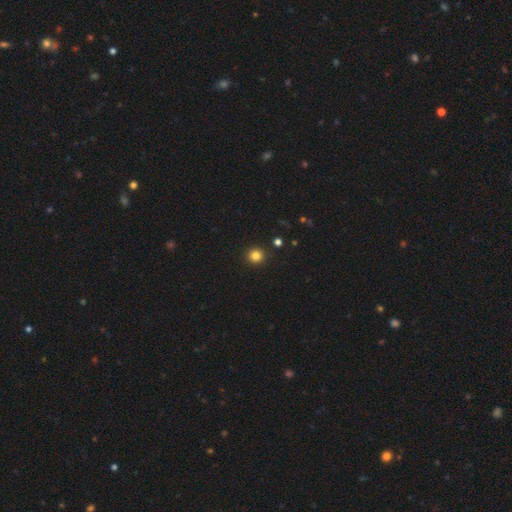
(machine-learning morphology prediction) Overall: smooth (82%). How rounded: round (93%). Merging: none (92%).